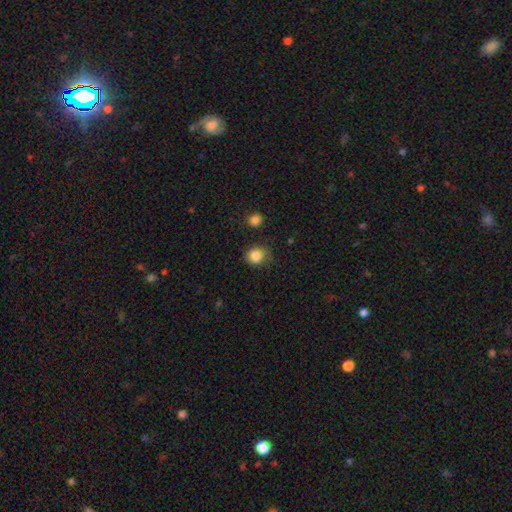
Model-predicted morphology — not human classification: Q: Smooth or featured?
A: smooth (84%); runner-up: star or artifact (10%)
Q: How rounded?
A: round (74%); runner-up: in between (25%)
Q: Merging?
A: none (70%); runner-up: minor disturbance (22%)